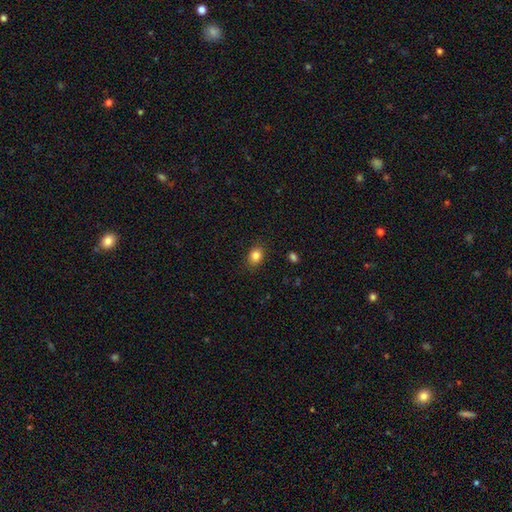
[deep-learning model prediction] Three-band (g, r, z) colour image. It shows a smooth galaxy with no disk features (84%) that is in between round and cigar-shaped (61%). Merging: none (86%).